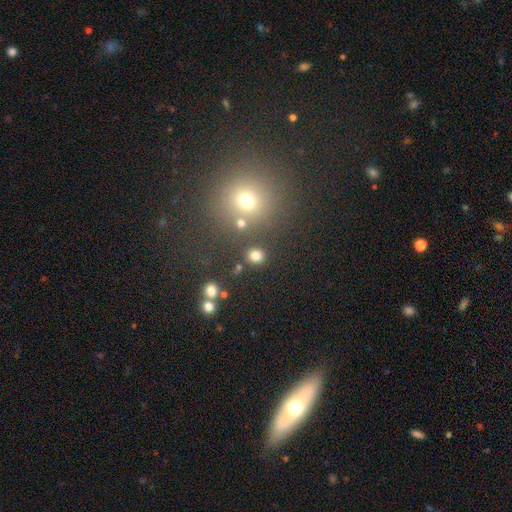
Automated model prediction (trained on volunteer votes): smooth-or-featured: smooth: 79% | star or artifact: 16% | featured or disk: 6%
  how-rounded: round: 80% | in between: 19% | cigar-shaped: 1%
  merging: none: 83% | minor disturbance: 7% | merger: 6% | major disturbance: 3%